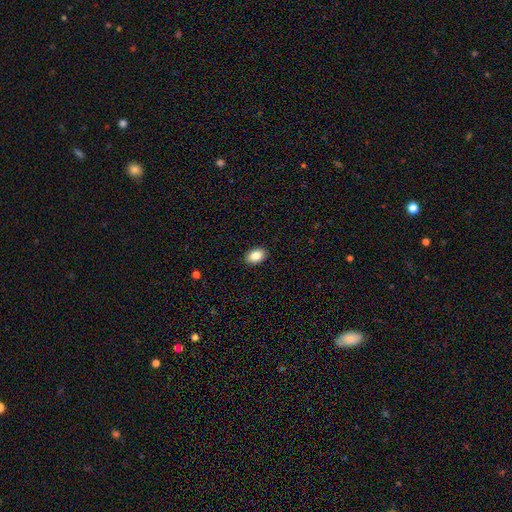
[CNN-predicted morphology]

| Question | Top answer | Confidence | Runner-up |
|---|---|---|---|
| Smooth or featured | smooth | 87% | star or artifact (8%) |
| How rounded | in between | 85% | round (14%) |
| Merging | none | 91% | minor disturbance (7%) |